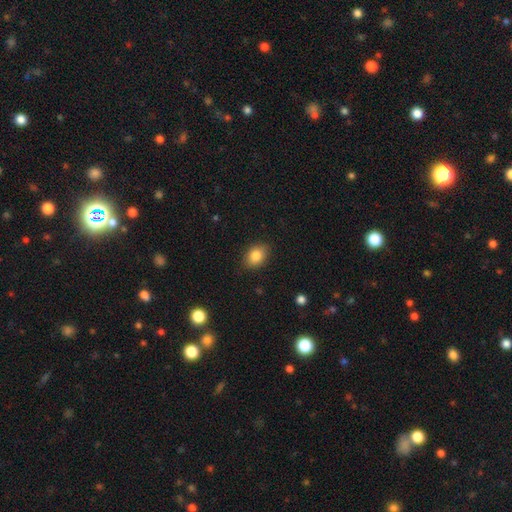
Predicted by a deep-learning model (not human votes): A smooth galaxy with no disk features (84%) that is in between round and cigar-shaped (74%). Merging: none (86%).